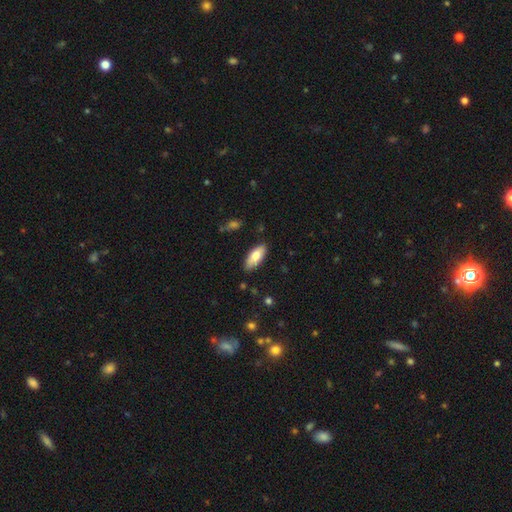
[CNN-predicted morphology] type=smooth (78%); roundness=in between (84%); merging=none (82%).